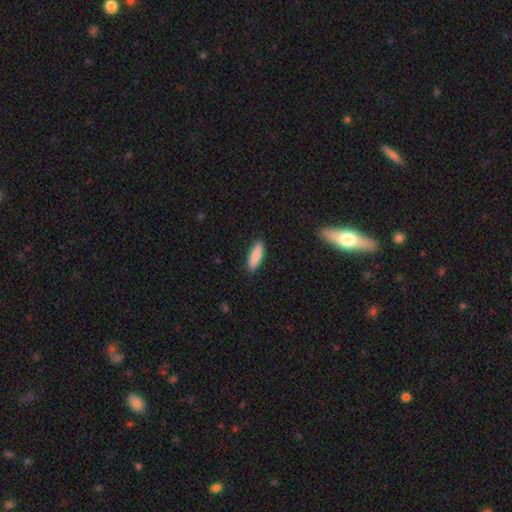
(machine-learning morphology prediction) Smooth or featured?
  - smooth: 86% *
  - featured or disk: 9%
  - star or artifact: 6%
How rounded?
  - cigar-shaped: 55% *
  - in between: 44%
  - round: 2%
Merging?
  - none: 89% *
  - minor disturbance: 8%
  - major disturbance: 2%
  - merger: 1%